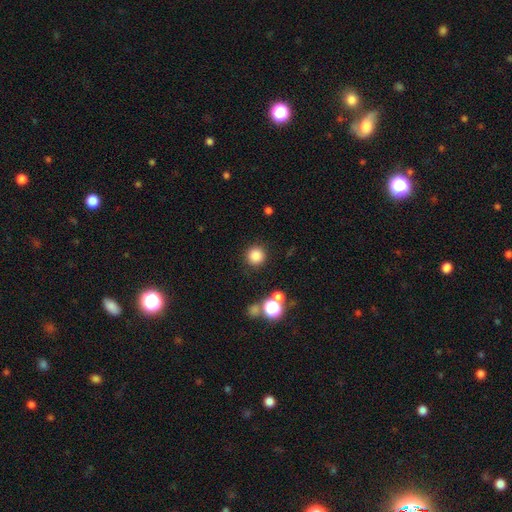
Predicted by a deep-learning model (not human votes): This appears to be a smooth galaxy with no disk features (83%) that is round (95%). Merging: none (89%).